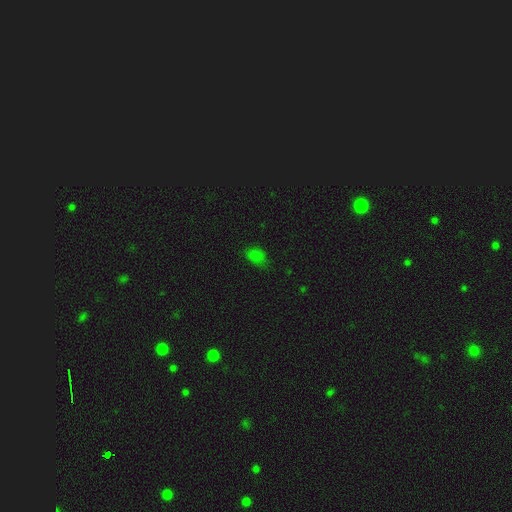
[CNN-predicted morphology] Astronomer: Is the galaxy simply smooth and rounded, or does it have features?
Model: smooth — 75%.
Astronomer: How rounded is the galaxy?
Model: in between — 83%.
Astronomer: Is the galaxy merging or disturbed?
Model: none — 66%.